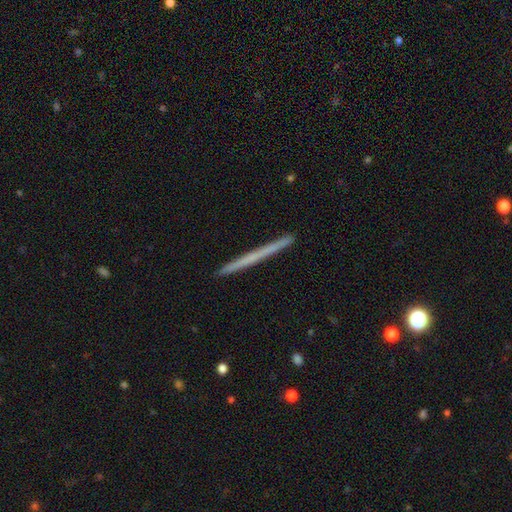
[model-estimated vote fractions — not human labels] Morphology: type=featured or disk (51%); edge-on=yes (98%); merging=none (92%).